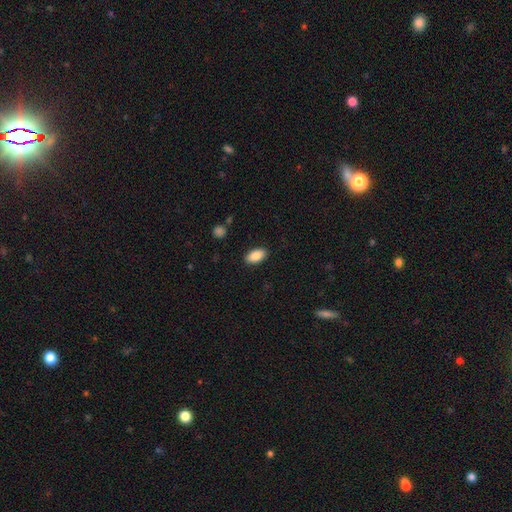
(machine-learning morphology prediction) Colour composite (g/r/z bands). It shows a smooth galaxy with no disk features (88%) that is in between round and cigar-shaped (93%). Merging: none (88%).